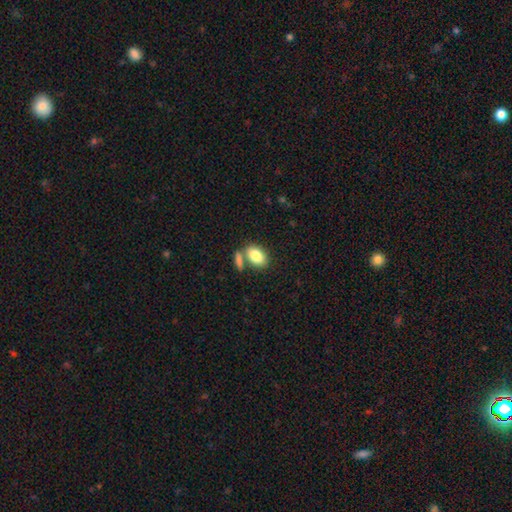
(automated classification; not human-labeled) A smooth galaxy with no disk features (84%) that is in between round and cigar-shaped (89%).

Vote fractions:
- Smooth or featured? smooth: 84% / featured or disk: 9% / star or artifact: 7%
- How rounded? in between: 89% / round: 9% / cigar-shaped: 2%
- Merging? none: 53% / merger: 32% / minor disturbance: 11% / major disturbance: 4%